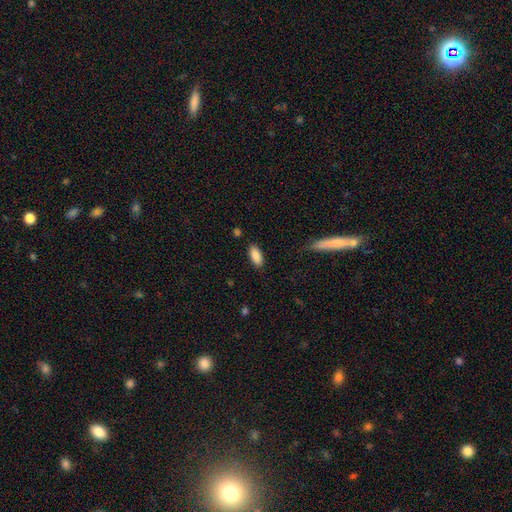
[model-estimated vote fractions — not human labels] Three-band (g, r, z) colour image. It shows a smooth galaxy with no disk features (88%) that is in between round and cigar-shaped (86%). Merging: none (84%).